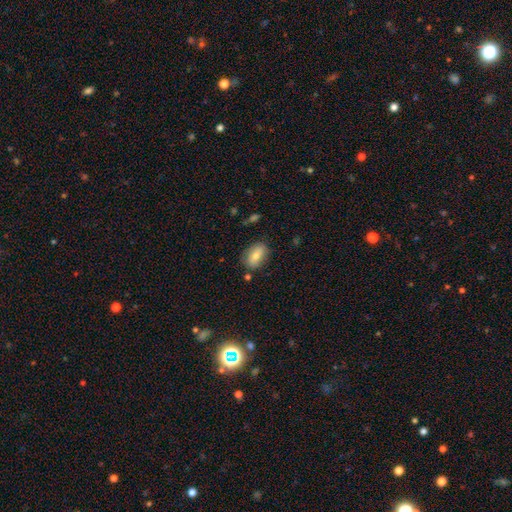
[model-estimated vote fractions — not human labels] smooth 73%, featured or disk 19%, star or artifact 8%. Down the decision tree: how rounded — in between (87%); merging — none (78%).